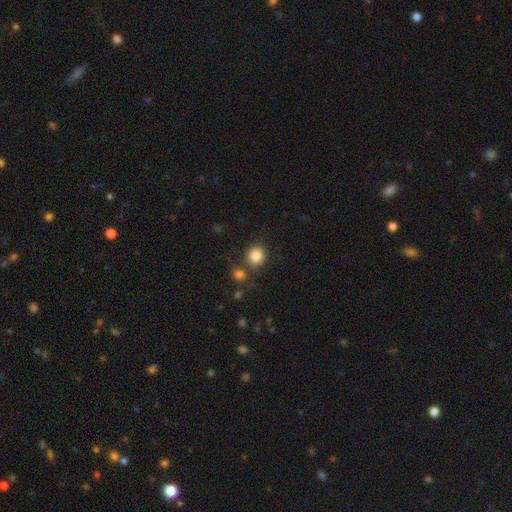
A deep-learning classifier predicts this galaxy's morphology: Smooth or featured?
  - smooth: 84% *
  - star or artifact: 10%
  - featured or disk: 6%
How rounded?
  - round: 88% *
  - in between: 11%
  - cigar-shaped: 1%
Merging?
  - none: 78% *
  - merger: 10%
  - minor disturbance: 9%
  - major disturbance: 3%